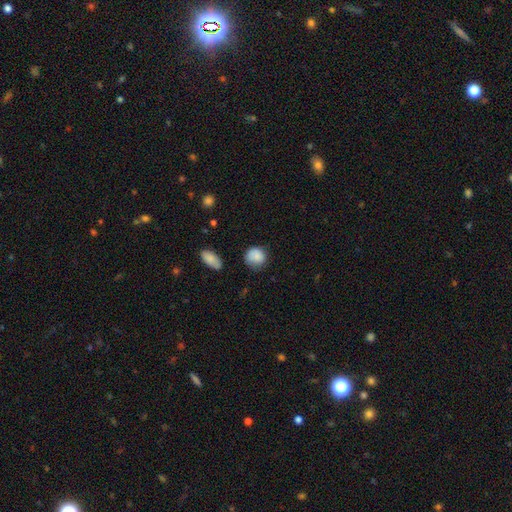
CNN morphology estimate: This appears to be a smooth galaxy with no disk features (85%) that is round (79%). Merging: none (66%).